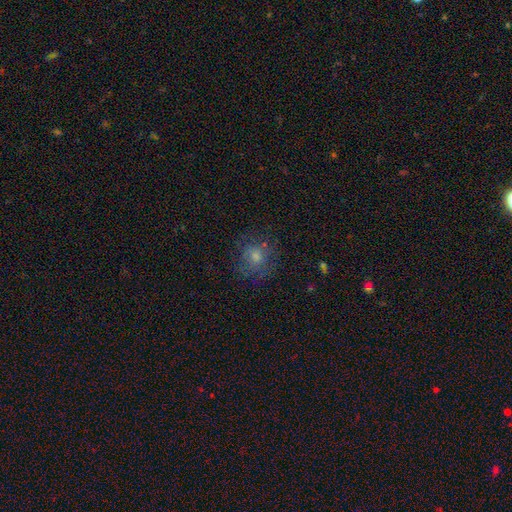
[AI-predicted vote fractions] smooth_or_featured: smooth (p=0.59) [alt: featured or disk p=0.22]
how_rounded: round (p=0.84) [alt: in between p=0.15]
merging: none (p=0.74) [alt: minor disturbance p=0.15]